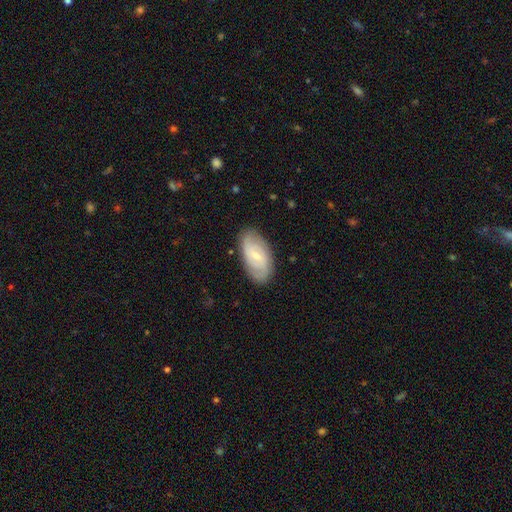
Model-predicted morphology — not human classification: smooth-or-featured: featured or disk: 69% | smooth: 25% | star or artifact: 6%
  disk-edge-on: no: 95% | yes: 5%
    bar: weak: 54% | no: 34% | strong: 13%
    has-spiral-arms: yes: 89% | no: 11%
      spiral-winding: tight: 46% | medium: 40% | loose: 14%
      spiral-arm-count: 2: 61% | can't tell: 24% | 3: 8% | 1: 3% | 4: 3% | more than 4: 2%
    bulge-size: small: 67% | moderate: 28% | none: 2% | large: 1% | dominant: 1%
  merging: none: 83% | minor disturbance: 13% | major disturbance: 3% | merger: 1%